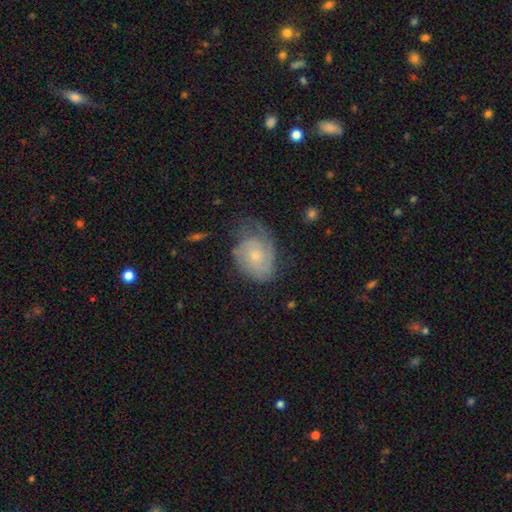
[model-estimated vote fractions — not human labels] Smooth or featured? featured or disk (66%)
Edge-on disk? no (97%)
Bar? no (77%)
Spiral arms? yes (87%)
Spiral winding? tight (54%)
Spiral arm count? can't tell (35%)
Bulge size? small (63%)
Merging? none (45%)